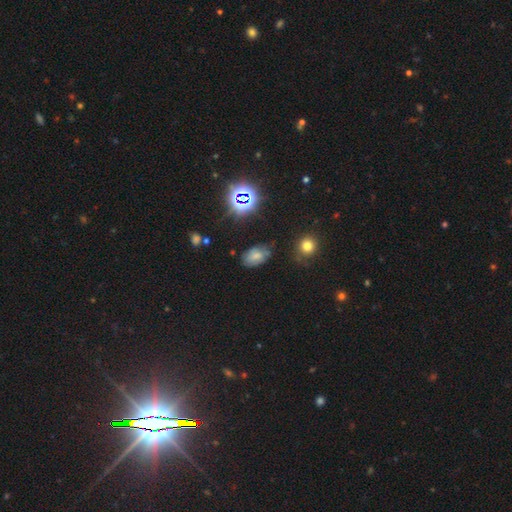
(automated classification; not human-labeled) A smooth galaxy with no disk features (60%) that is in between round and cigar-shaped (89%). Merging: none (65%).